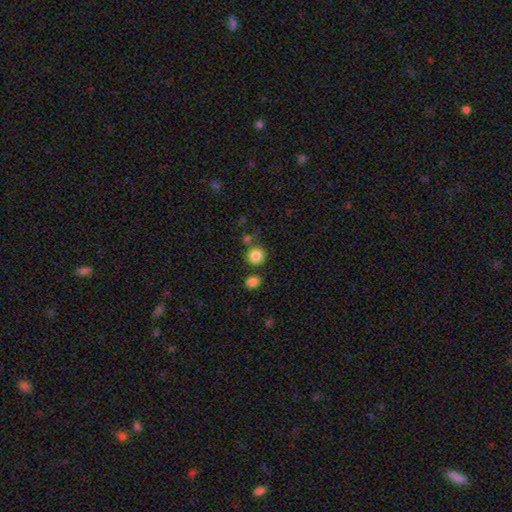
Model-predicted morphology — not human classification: Smooth or featured: smooth — 85% (star or artifact — 10%)
How rounded: round — 90% (in between — 9%)
Merging: none — 73% (merger — 12%)